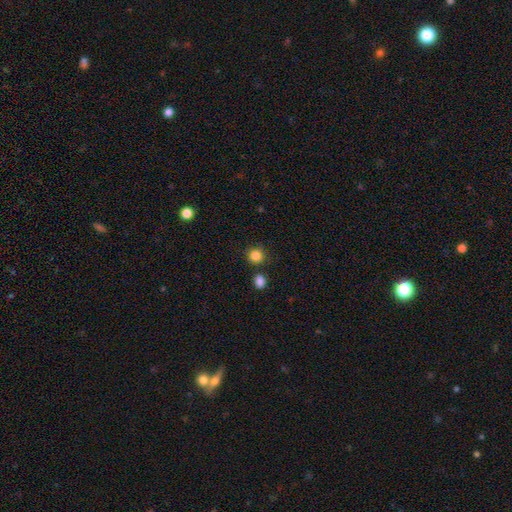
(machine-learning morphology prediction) A smooth galaxy with no disk features (85%) that is round (90%). Merging: none (81%).